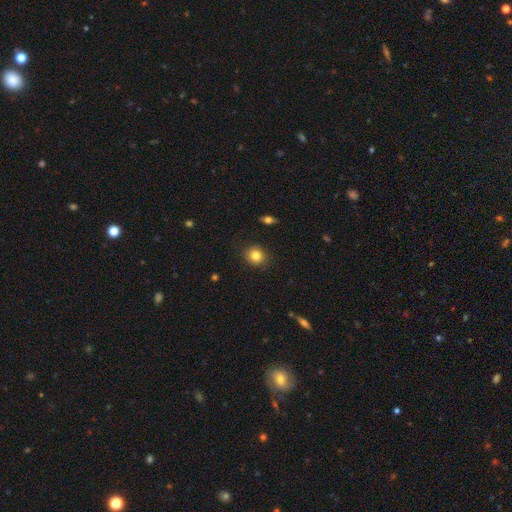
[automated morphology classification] The model was most divided on "how rounded": round: 77%, in between: 22%, cigar-shaped: 1%. More confident: merging — none (87%); smooth or featured — smooth (82%).